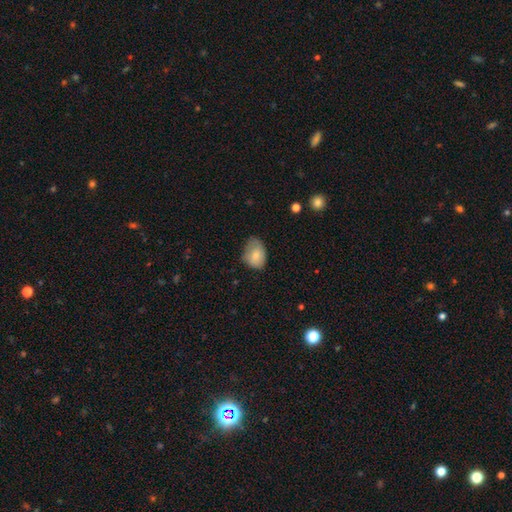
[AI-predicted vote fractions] Smooth or featured: smooth — 79% (featured or disk — 13%)
How rounded: in between — 72% (round — 27%)
Merging: none — 46% (minor disturbance — 40%)